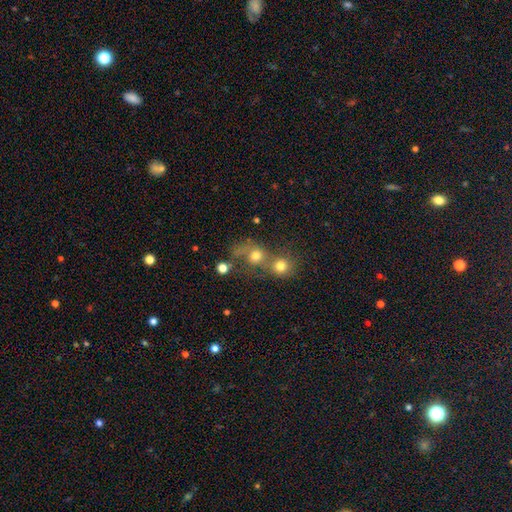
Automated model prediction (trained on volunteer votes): Q: Smooth or featured?
A: smooth (67%); runner-up: featured or disk (17%)
Q: How rounded?
A: round (75%); runner-up: in between (23%)
Q: Merging?
A: merger (53%); runner-up: none (30%)